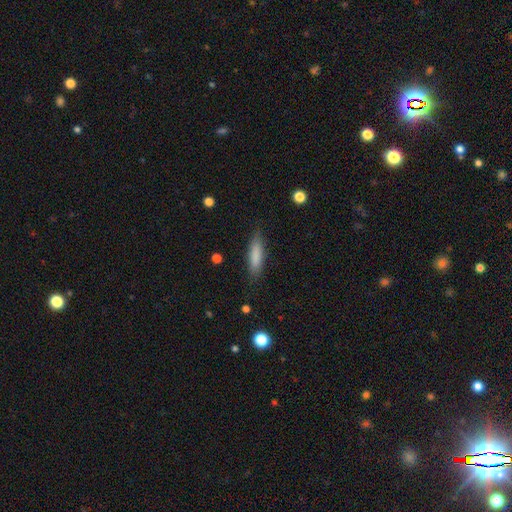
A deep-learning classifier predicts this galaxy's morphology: Smooth or featured? smooth (82%)
How rounded? cigar-shaped (72%)
Merging? none (83%)